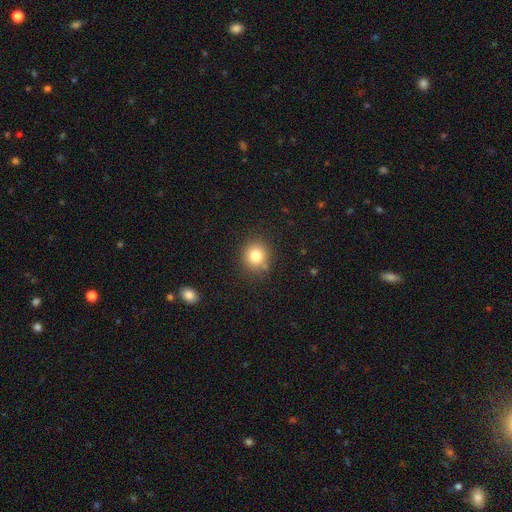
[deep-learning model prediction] A smooth galaxy with no disk features (80%) that is round (84%).

Vote fractions:
- Smooth or featured? smooth: 80% / star or artifact: 12% / featured or disk: 8%
- How rounded? round: 84% / in between: 15% / cigar-shaped: 1%
- Merging? none: 84% / minor disturbance: 10% / merger: 3% / major disturbance: 3%